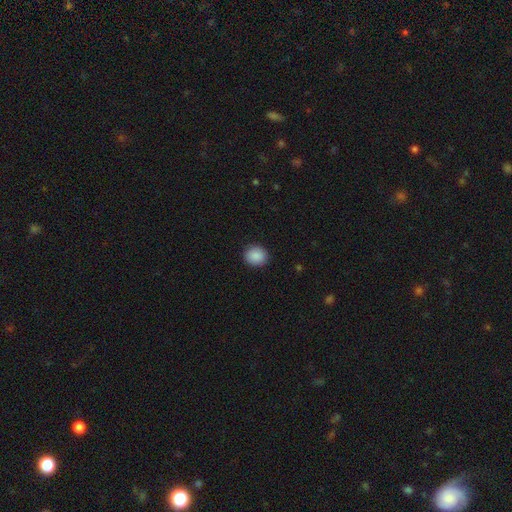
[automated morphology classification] Overall: smooth (89%). How rounded: round (74%). Merging: none (90%).